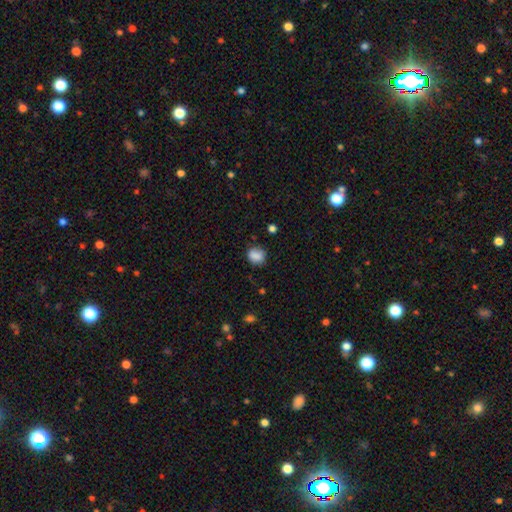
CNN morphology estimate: The model was most divided on "how rounded": round: 62%, in between: 37%, cigar-shaped: 1%. More confident: smooth or featured — smooth (86%); merging — none (74%).